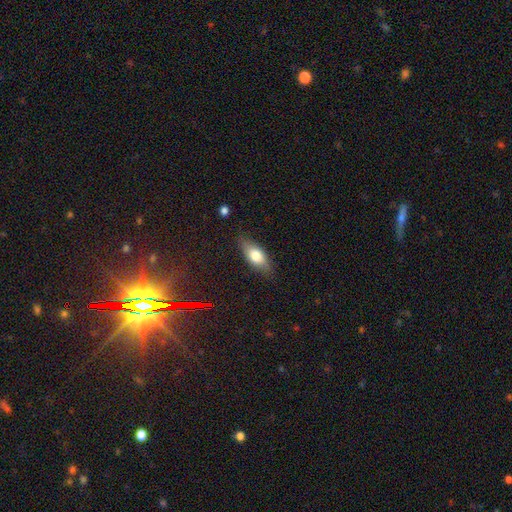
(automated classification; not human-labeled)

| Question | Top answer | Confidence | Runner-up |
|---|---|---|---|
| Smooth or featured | smooth | 71% | featured or disk (21%) |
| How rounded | in between | 81% | cigar-shaped (14%) |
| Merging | none | 81% | minor disturbance (15%) |